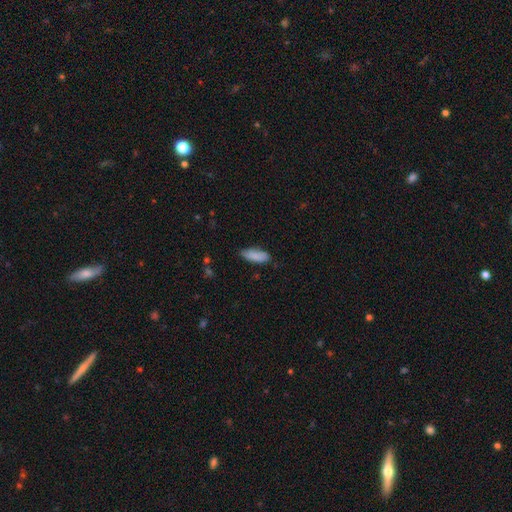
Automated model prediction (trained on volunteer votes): Q: Smooth or featured?
A: smooth (86%); runner-up: featured or disk (8%)
Q: How rounded?
A: in between (70%); runner-up: cigar-shaped (28%)
Q: Merging?
A: none (72%); runner-up: minor disturbance (22%)